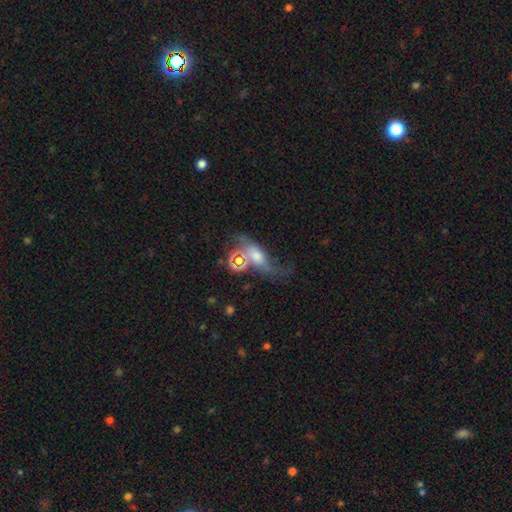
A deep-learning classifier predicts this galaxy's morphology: The model was most divided on "merging": none: 37%, major disturbance: 31%, minor disturbance: 20%, merger: 12%. More confident: edge-on disk — no (84%); smooth or featured — featured or disk (54%).